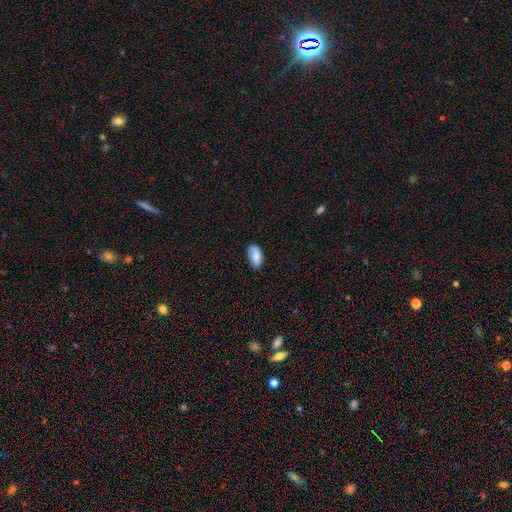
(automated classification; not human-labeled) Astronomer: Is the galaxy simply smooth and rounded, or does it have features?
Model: smooth — 85%.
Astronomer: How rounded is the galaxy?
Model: in between — 93%.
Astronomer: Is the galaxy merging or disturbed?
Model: none — 78%.